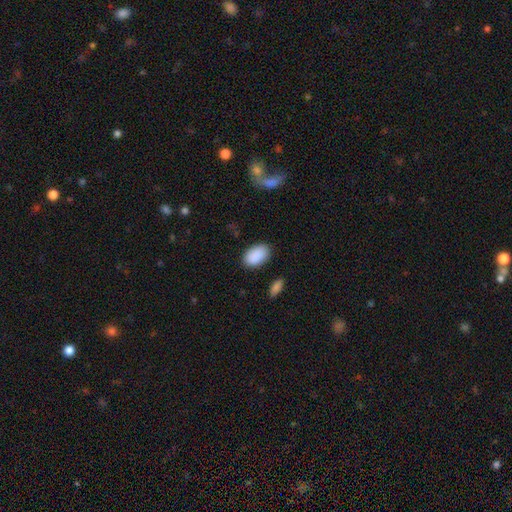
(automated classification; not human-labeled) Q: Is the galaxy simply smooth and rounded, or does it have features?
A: smooth — 91%.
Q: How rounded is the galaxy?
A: in between — 91%.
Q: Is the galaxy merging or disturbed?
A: none — 85%.